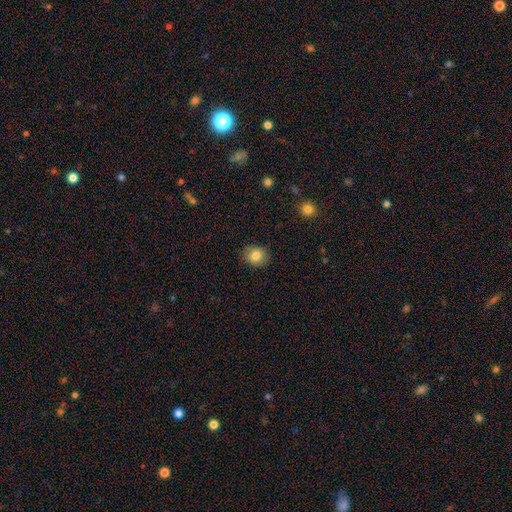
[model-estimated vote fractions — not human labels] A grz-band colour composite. It shows a smooth galaxy with no disk features (82%) that is round (63%). Merging: none (88%).